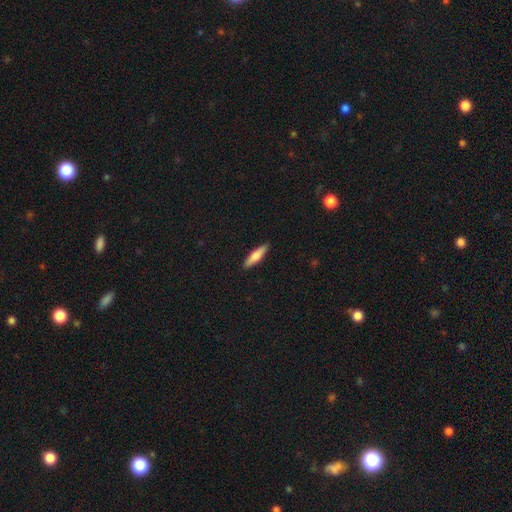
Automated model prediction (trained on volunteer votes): smooth 74%, featured or disk 21%, star or artifact 5%. Down the decision tree: how rounded — cigar-shaped (73%); merging — none (90%).